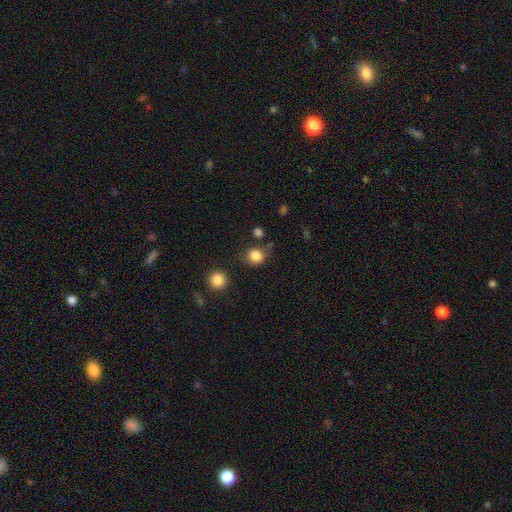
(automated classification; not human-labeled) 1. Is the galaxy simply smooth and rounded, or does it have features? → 83% smooth, 12% star or artifact, 5% featured or disk.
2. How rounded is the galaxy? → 77% round, 22% in between, 1% cigar-shaped.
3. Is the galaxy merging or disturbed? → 68% none, 19% minor disturbance, 7% major disturbance, 6% merger.